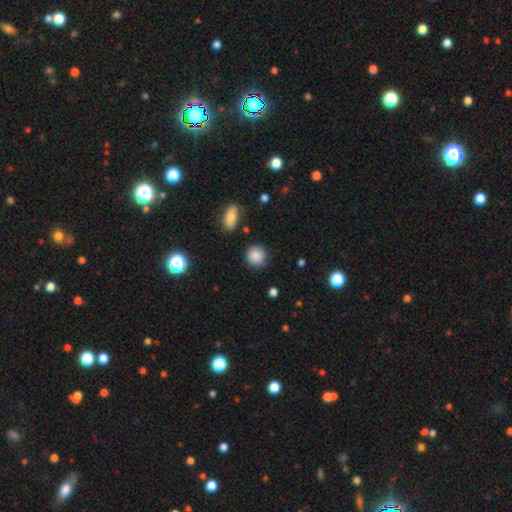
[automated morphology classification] Smooth or featured: smooth — 87% (star or artifact — 9%)
How rounded: round — 89% (in between — 9%)
Merging: none — 85% (minor disturbance — 10%)